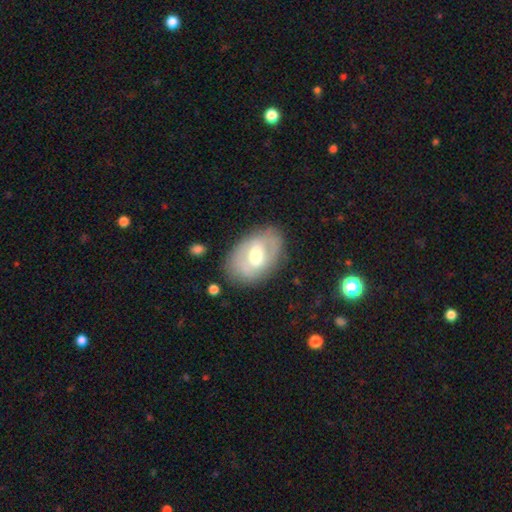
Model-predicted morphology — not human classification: Q: Smooth or featured?
A: featured or disk (58%); runner-up: smooth (36%)
Q: Edge-on disk?
A: no (93%); runner-up: yes (7%)
Q: Bar?
A: weak (49%); runner-up: no (28%)
Q: Spiral arms?
A: no (51%); runner-up: yes (49%)
Q: Bulge size?
A: moderate (70%); runner-up: small (15%)
Q: Merging?
A: none (77%); runner-up: minor disturbance (15%)